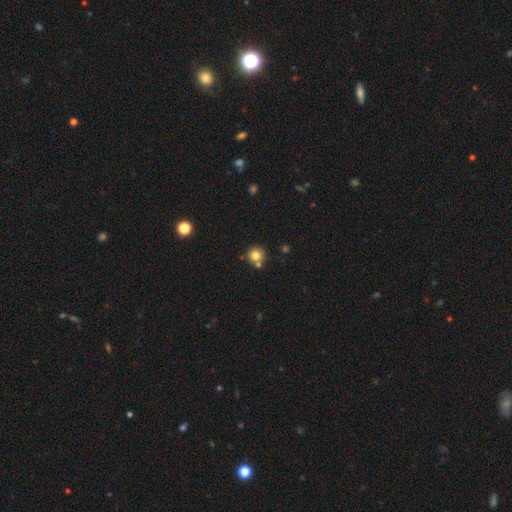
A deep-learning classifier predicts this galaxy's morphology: Smooth or featured: smooth — 79% (star or artifact — 12%)
How rounded: round — 93% (in between — 7%)
Merging: none — 71% (merger — 18%)